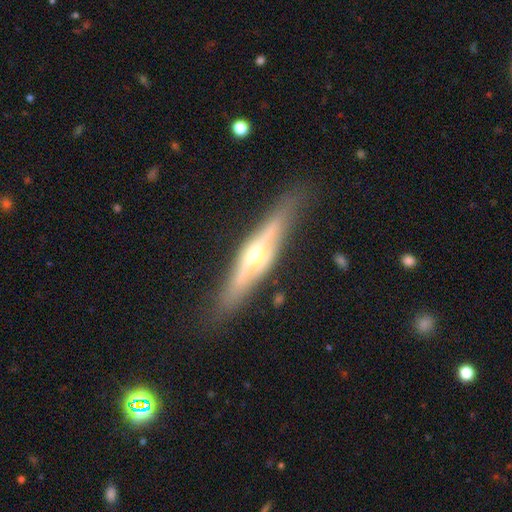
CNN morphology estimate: This appears to be a featured or disk galaxy (76%) viewed edge-on (93%) with a rounded central bulge (85%). Merging: none (84%).